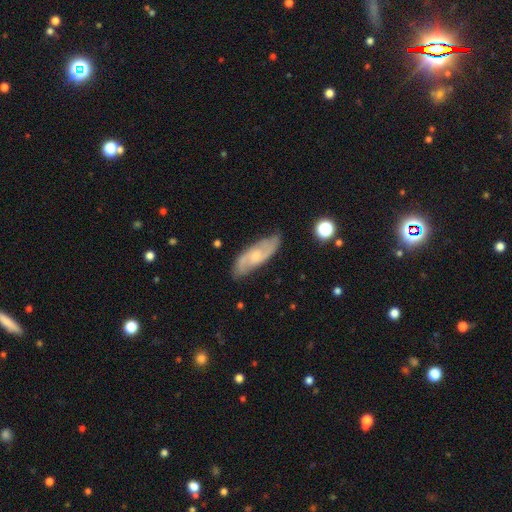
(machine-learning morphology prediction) smooth_or_featured: featured or disk (p=0.70) [alt: smooth p=0.24]
disk_edge_on: no (p=0.88) [alt: yes p=0.12]
bar: no (p=0.59) [alt: weak p=0.35]
has_spiral_arms: yes (p=0.92) [alt: no p=0.08]
spiral_winding: medium (p=0.48) [alt: tight p=0.27]
spiral_arm_count: 2 (p=0.80) [alt: can't tell p=0.13]
bulge_size: small (p=0.56) [alt: moderate p=0.33]
merging: none (p=0.80) [alt: minor disturbance p=0.15]